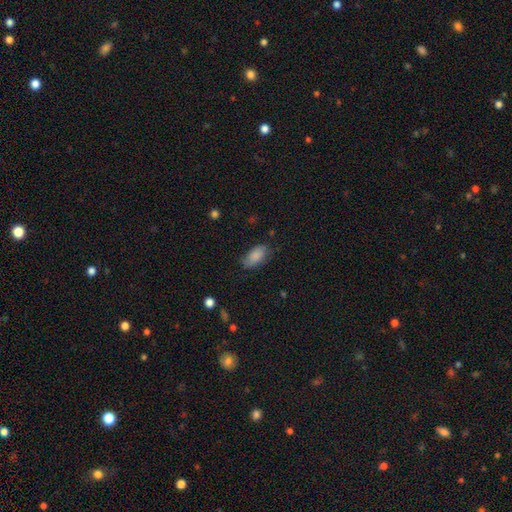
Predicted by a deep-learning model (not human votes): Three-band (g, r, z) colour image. It shows a smooth galaxy with no disk features (80%) that is in between round and cigar-shaped (92%). Merging: none (71%).